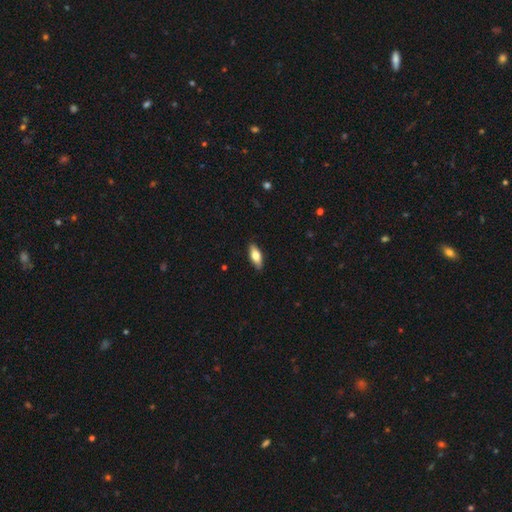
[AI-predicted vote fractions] A smooth galaxy with no disk features (73%) that is in between round and cigar-shaped (76%).

Vote fractions:
- Smooth or featured? smooth: 73% / featured or disk: 22% / star or artifact: 6%
- How rounded? in between: 76% / cigar-shaped: 22% / round: 2%
- Merging? none: 89% / minor disturbance: 8% / major disturbance: 2% / merger: 1%